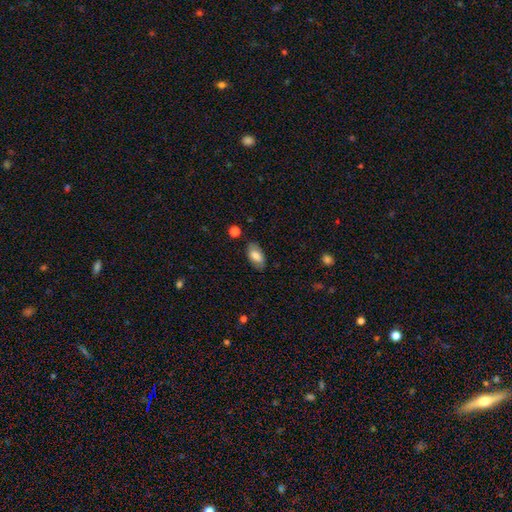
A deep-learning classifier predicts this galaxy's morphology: smooth_or_featured: smooth (p=0.74) [alt: featured or disk p=0.19]
how_rounded: in between (p=0.93) [alt: round p=0.03]
merging: none (p=0.81) [alt: minor disturbance p=0.14]